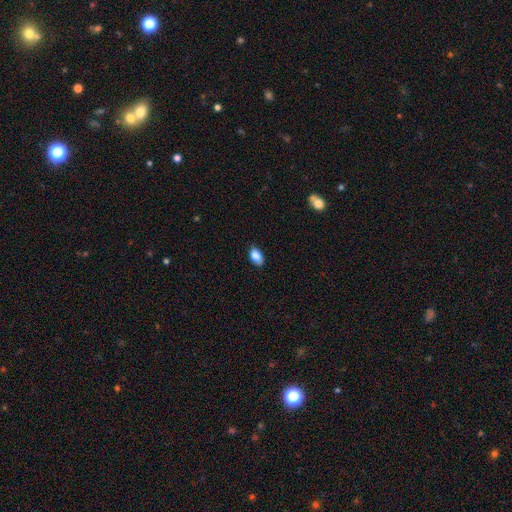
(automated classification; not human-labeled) Smooth or featured?
  - smooth: 86% *
  - star or artifact: 8%
  - featured or disk: 6%
How rounded?
  - in between: 91% *
  - round: 6%
  - cigar-shaped: 3%
Merging?
  - none: 79% *
  - minor disturbance: 17%
  - major disturbance: 3%
  - merger: 1%